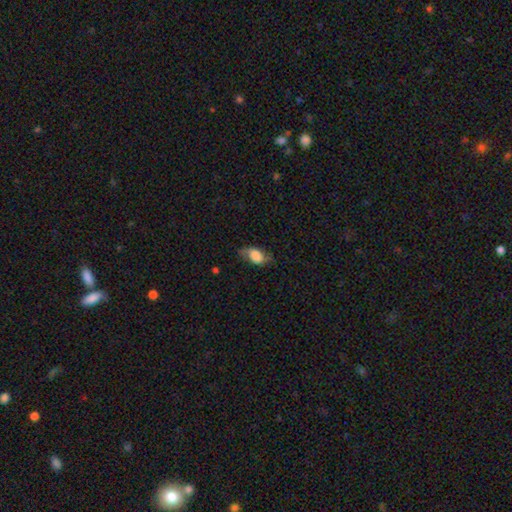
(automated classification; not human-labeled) This is likely a smooth galaxy (71%). How rounded: clearly in between (89%). Merging: possibly none (57%).